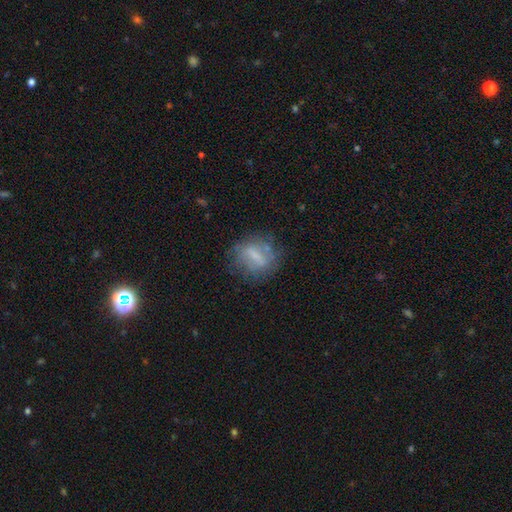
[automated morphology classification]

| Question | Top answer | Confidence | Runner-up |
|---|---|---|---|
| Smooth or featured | smooth | 50% | featured or disk (40%) |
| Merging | none | 69% | minor disturbance (18%) |